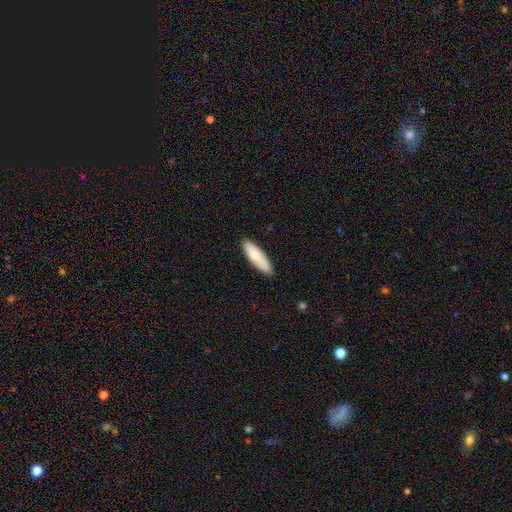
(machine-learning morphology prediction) Overall: smooth (77%). How rounded: cigar-shaped (50%; in between 48%). Merging: none (86%).